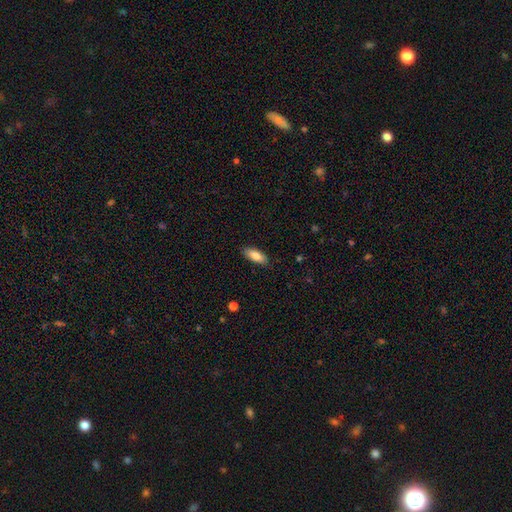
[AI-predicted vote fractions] Smooth or featured: smooth — 82% (featured or disk — 11%)
How rounded: in between — 76% (cigar-shaped — 23%)
Merging: none — 87% (minor disturbance — 10%)